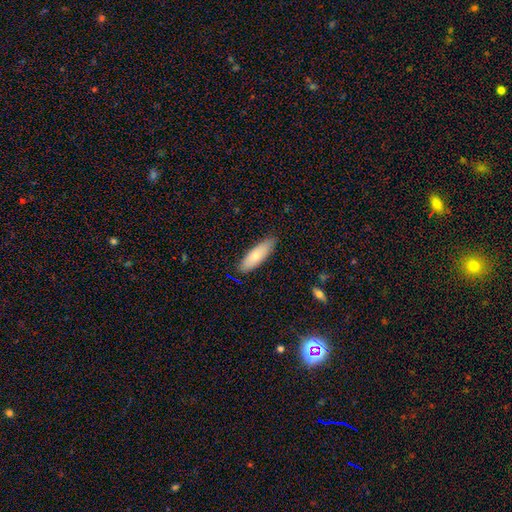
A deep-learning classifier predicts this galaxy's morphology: smooth 76%, featured or disk 18%, star or artifact 6%. Down the decision tree: how rounded — in between (50%); merging — none (86%).